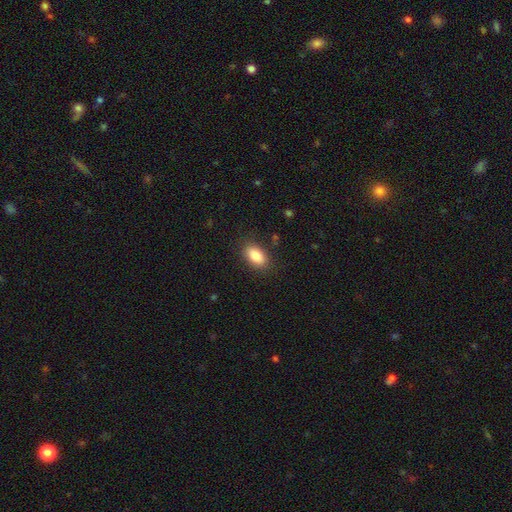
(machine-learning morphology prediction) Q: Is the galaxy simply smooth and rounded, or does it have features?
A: smooth — 84%.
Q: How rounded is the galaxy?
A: in between — 91%.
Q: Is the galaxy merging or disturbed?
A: none — 86%.